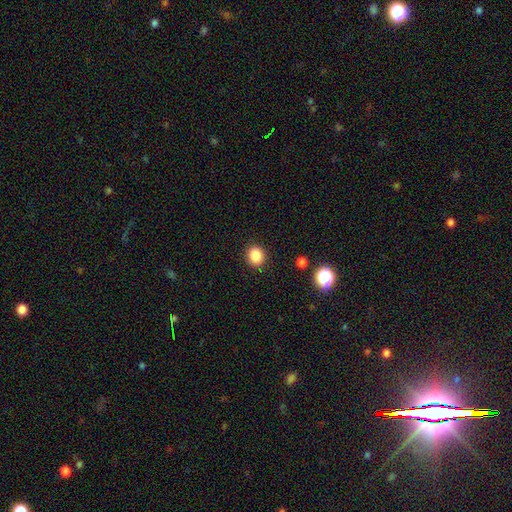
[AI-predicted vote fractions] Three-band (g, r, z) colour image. It shows a smooth galaxy with no disk features (86%) that is round (72%). Merging: none (90%).